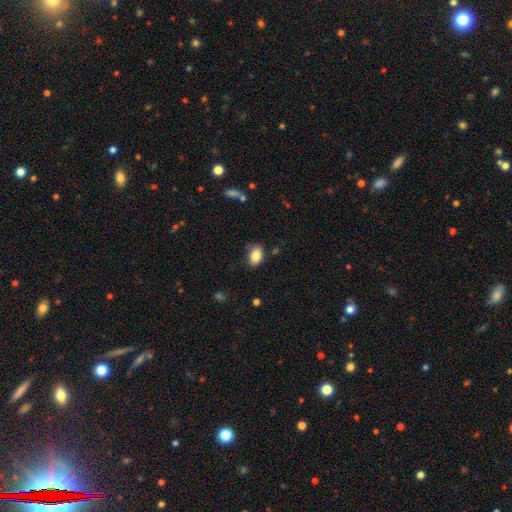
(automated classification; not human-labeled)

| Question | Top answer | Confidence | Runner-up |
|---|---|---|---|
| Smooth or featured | smooth | 83% | featured or disk (9%) |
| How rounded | in between | 82% | round (17%) |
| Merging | none | 75% | minor disturbance (19%) |